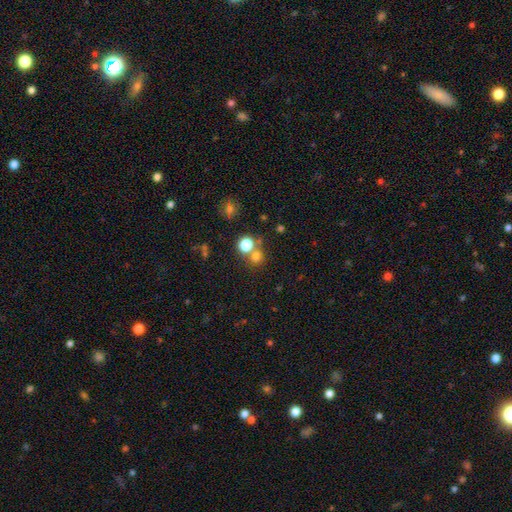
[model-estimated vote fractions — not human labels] Smooth or featured? Predicted: smooth (p=0.72). How rounded? Predicted: round (p=0.83). Merging? Predicted: none (p=0.55).